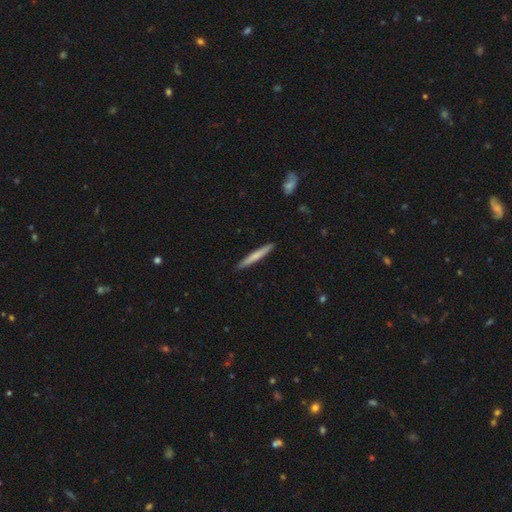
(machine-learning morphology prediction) A smooth galaxy with no disk features (69%) that is cigar-shaped (96%).

Vote fractions:
- Smooth or featured? smooth: 69% / featured or disk: 26% / star or artifact: 5%
- How rounded? cigar-shaped: 96% / in between: 2% / round: 1%
- Merging? none: 92% / minor disturbance: 5% / major disturbance: 1% / merger: 1%